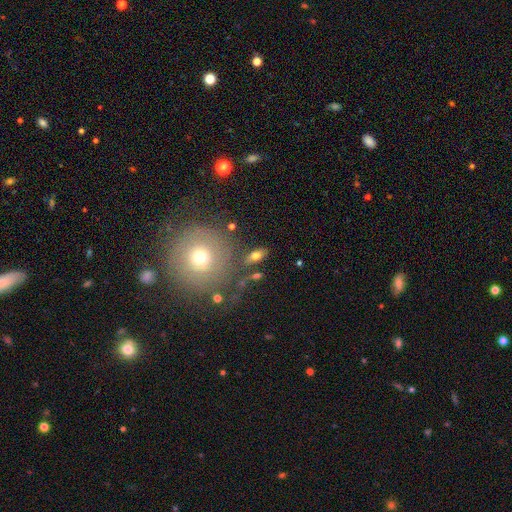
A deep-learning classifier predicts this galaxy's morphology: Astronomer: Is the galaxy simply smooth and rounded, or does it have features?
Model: smooth — 67%.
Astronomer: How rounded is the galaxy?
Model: in between — 80%.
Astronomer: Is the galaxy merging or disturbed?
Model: none — 77%.